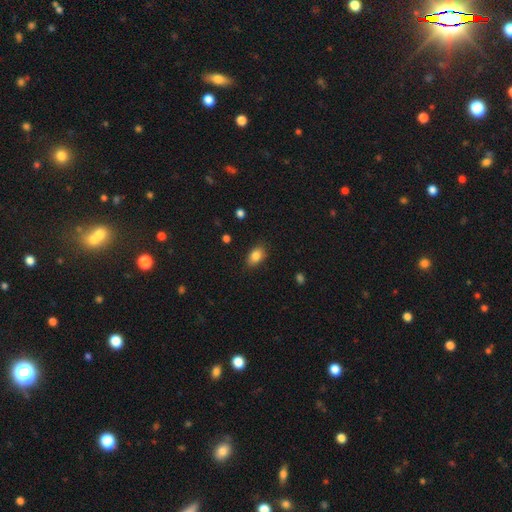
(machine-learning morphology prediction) type=smooth (85%); roundness=in between (84%); merging=none (84%).